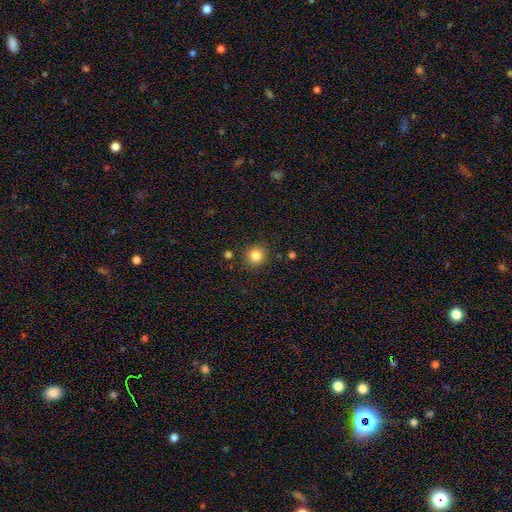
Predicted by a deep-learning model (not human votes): This appears to be a smooth galaxy with no disk features (83%) that is round (90%). Merging: none (88%).